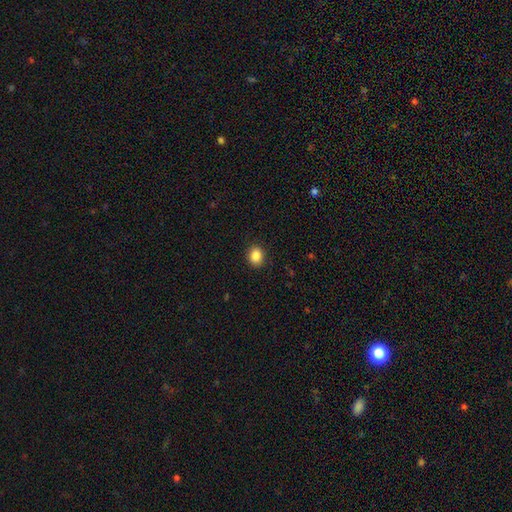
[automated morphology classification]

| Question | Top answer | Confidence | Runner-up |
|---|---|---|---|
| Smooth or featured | smooth | 86% | star or artifact (10%) |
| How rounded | round | 60% | in between (39%) |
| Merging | none | 90% | minor disturbance (7%) |